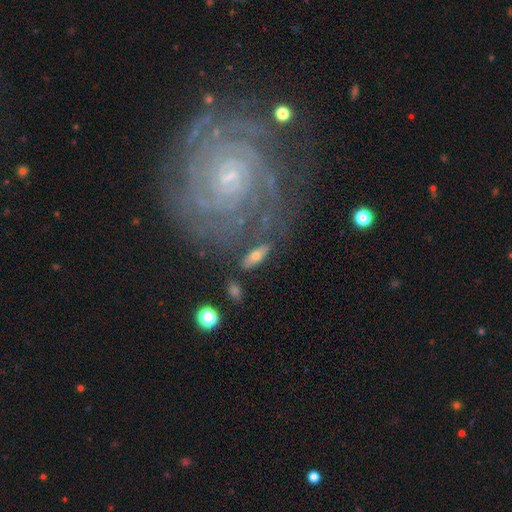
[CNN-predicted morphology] This appears to be a smooth galaxy with no disk features (56%) that is in between round and cigar-shaped (62%). Merging: none (75%).